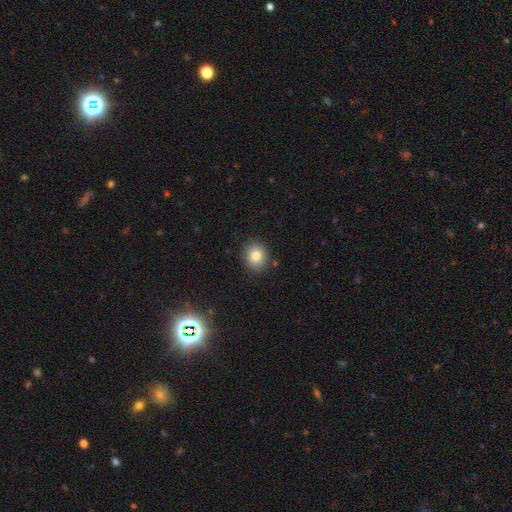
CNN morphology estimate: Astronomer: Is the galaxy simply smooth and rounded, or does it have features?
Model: smooth — 83%.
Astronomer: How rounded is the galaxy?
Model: round — 65%.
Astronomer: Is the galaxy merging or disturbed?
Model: none — 87%.